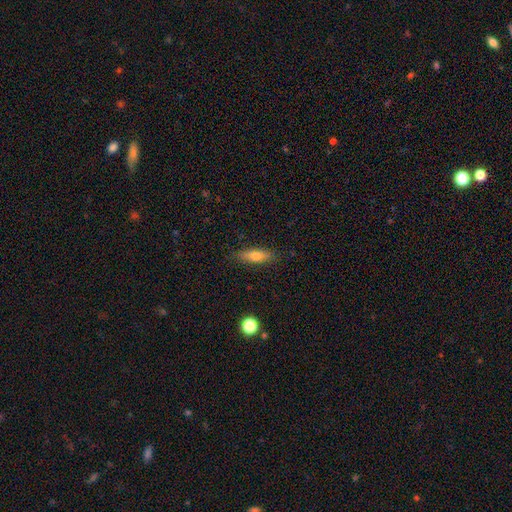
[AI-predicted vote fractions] A smooth galaxy with no disk features (66%) that is cigar-shaped (55%). Merging: none (85%).